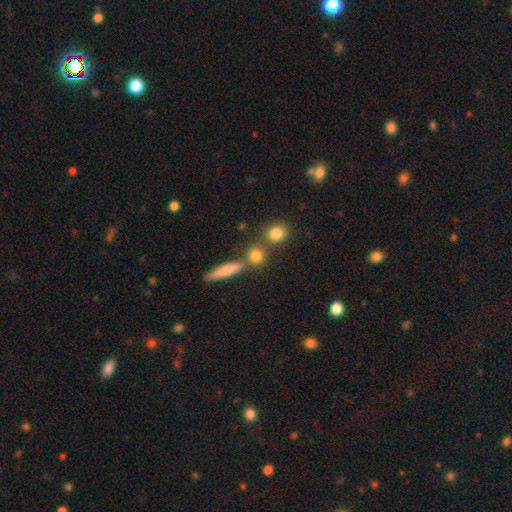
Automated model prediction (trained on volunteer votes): Overall: smooth (77%). How rounded: round (64%). Merging: none (66%).